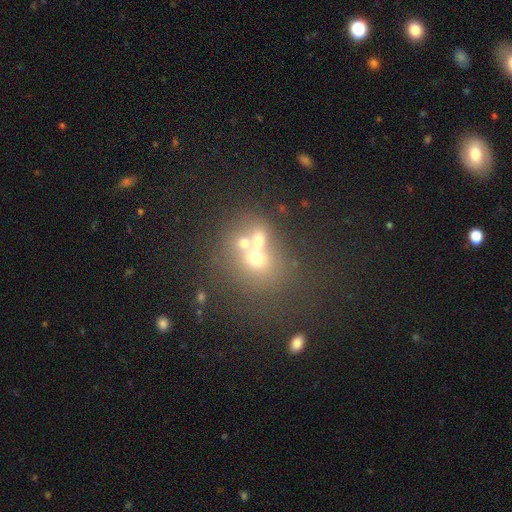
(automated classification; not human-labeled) smooth_or_featured: smooth (p=0.56) [alt: featured or disk p=0.26]
how_rounded: round (p=0.72) [alt: in between p=0.27]
merging: merger (p=0.52) [alt: none p=0.34]